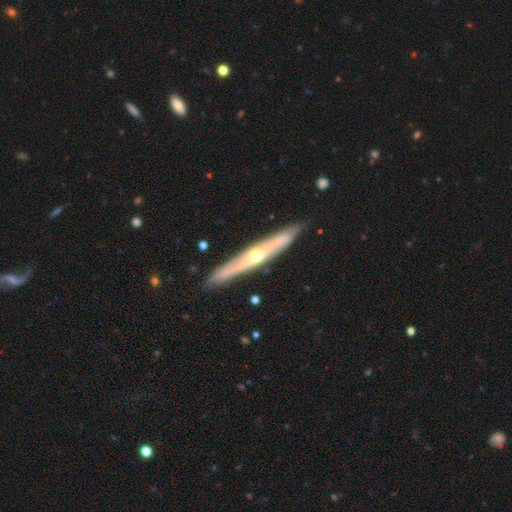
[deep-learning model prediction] This appears to be a featured or disk galaxy (70%) viewed edge-on (90%) with a rounded central bulge (81%). Merging: none (87%).